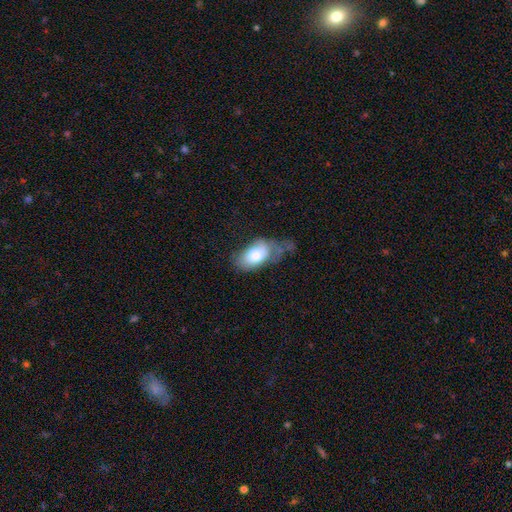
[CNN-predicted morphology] Smooth or featured: smooth — 72% (featured or disk — 22%)
How rounded: in between — 93% (round — 5%)
Merging: major disturbance — 34% (minor disturbance — 32%)